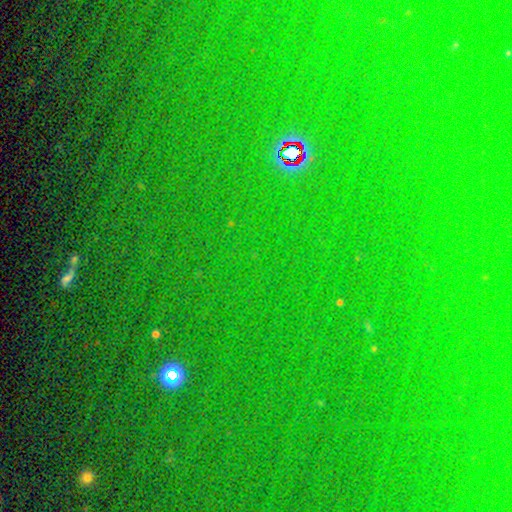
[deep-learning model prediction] smooth_or_featured: star or artifact (p=0.83) [alt: smooth p=0.10]